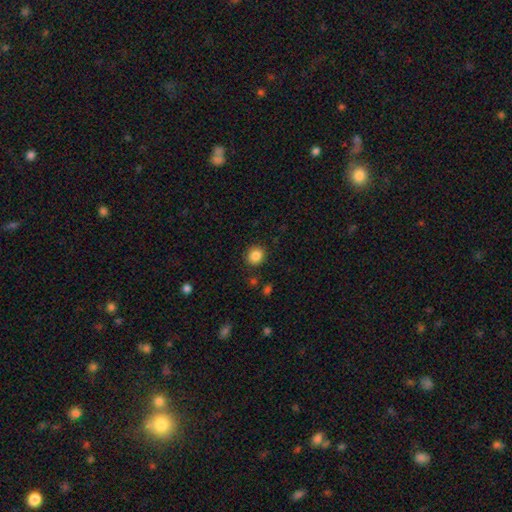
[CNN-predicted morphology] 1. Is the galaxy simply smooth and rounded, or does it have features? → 86% smooth, 10% star or artifact, 4% featured or disk.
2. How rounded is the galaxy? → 78% round, 21% in between, 1% cigar-shaped.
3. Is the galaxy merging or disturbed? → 87% none, 8% minor disturbance, 3% major disturbance, 2% merger.